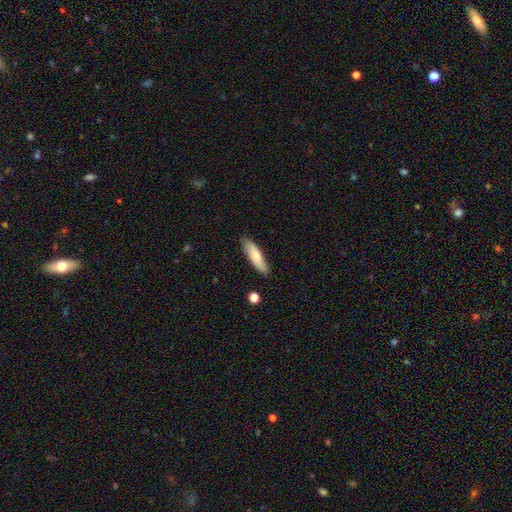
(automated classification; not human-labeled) Smooth or featured? Predicted: smooth (p=0.73). How rounded? Predicted: cigar-shaped (p=0.66). Merging? Predicted: none (p=0.83).